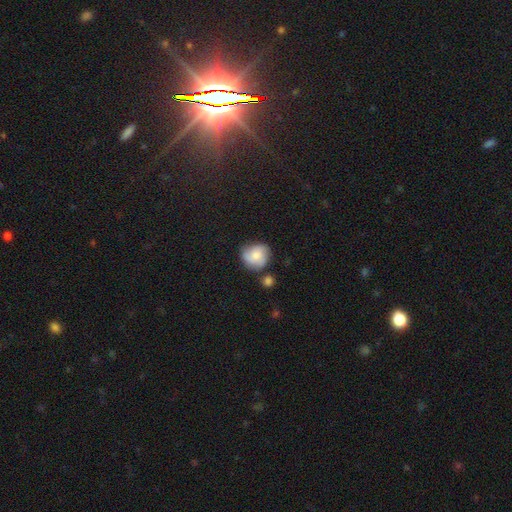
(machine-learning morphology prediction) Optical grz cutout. It shows a smooth galaxy with no disk features (52%) that is round (83%). Merging: none (63%).